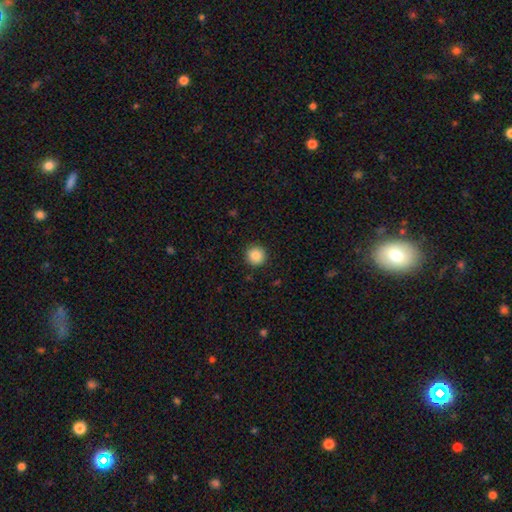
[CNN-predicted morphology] Smooth or featured? Predicted: smooth (p=0.87). How rounded? Predicted: round (p=0.95). Merging? Predicted: none (p=0.92).